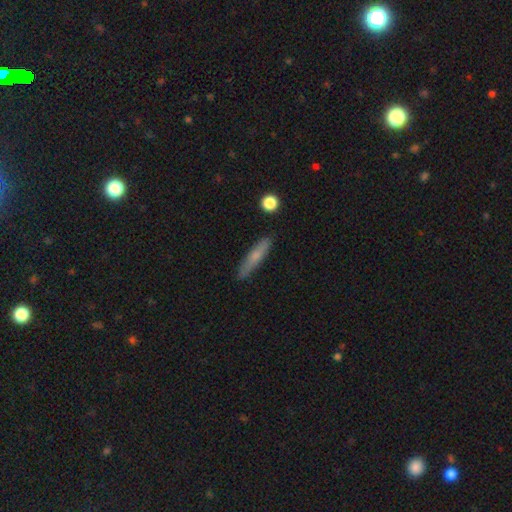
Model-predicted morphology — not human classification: Overall: smooth (63%; featured or disk 30%). How rounded: cigar-shaped (88%). Merging: none (87%).